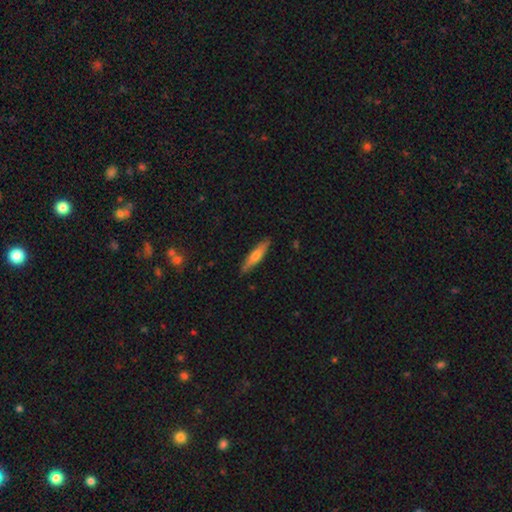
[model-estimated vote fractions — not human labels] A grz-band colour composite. It shows a smooth galaxy with no disk features (62%) that is cigar-shaped (80%). Merging: none (88%).